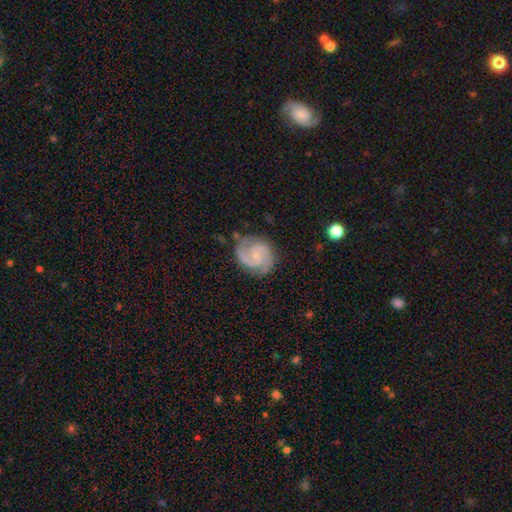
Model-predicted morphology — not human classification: type=featured or disk (89%); edge-on=no (98%); bar=no (56%); spiral arms=yes (98%); winding=medium (51%); arm count=2 (89%); bulge=small (66%); merging=none (79%).